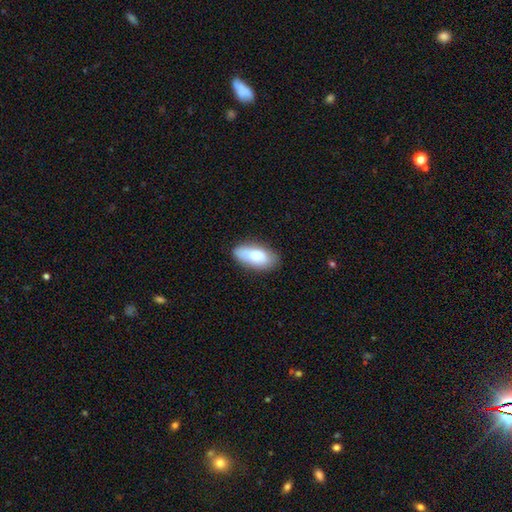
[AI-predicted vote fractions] smooth 79%, featured or disk 15%, star or artifact 6%. Down the decision tree: how rounded — in between (87%); merging — none (77%).